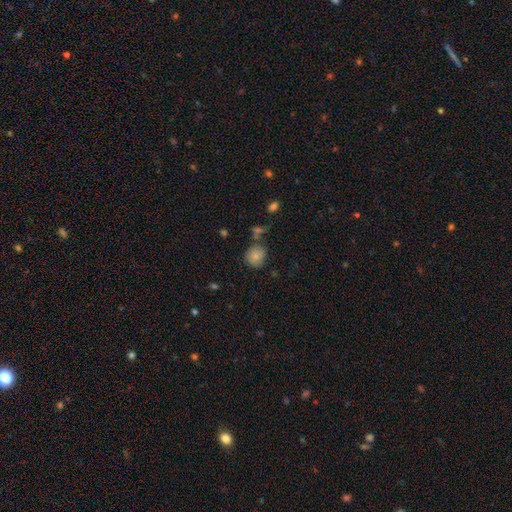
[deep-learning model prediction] smooth 82%, featured or disk 9%, star or artifact 9%. Down the decision tree: how rounded — round (79%); merging — none (67%).